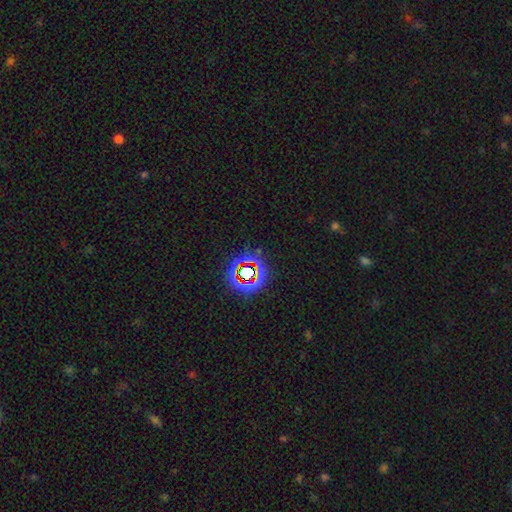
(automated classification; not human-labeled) A star or artifact, not a galaxy (50%).

Vote fractions:
- Smooth or featured? star or artifact: 50% / featured or disk: 25% / smooth: 24%